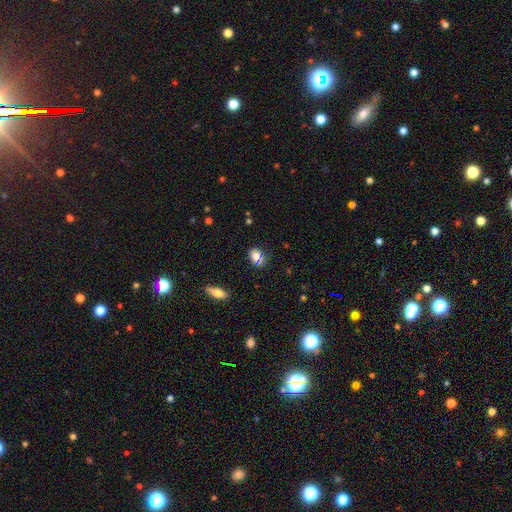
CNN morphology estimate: Smooth or featured: smooth — 69% (star or artifact — 22%)
How rounded: in between — 50% (round — 47%)
Merging: none — 71% (minor disturbance — 15%)